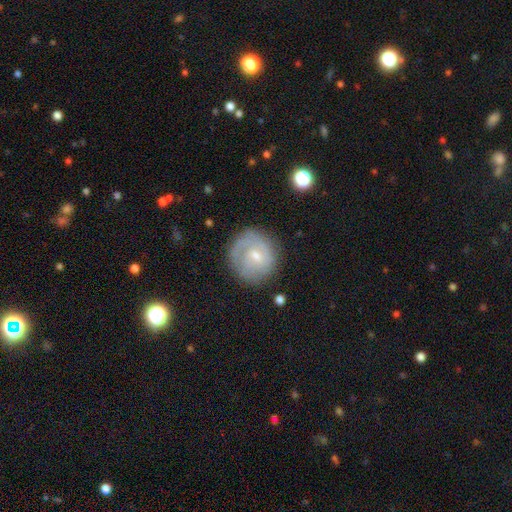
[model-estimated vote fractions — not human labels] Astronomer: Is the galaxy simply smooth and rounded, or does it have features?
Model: featured or disk — 54% (runner-up: smooth, 39%).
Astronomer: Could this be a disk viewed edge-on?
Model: no — 97%.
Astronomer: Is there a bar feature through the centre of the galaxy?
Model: no — 49% (runner-up: weak, 44%).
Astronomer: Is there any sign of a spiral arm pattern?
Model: yes — 72%.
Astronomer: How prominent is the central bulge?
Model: small — 54% (runner-up: moderate, 39%).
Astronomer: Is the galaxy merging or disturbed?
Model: none — 73%.